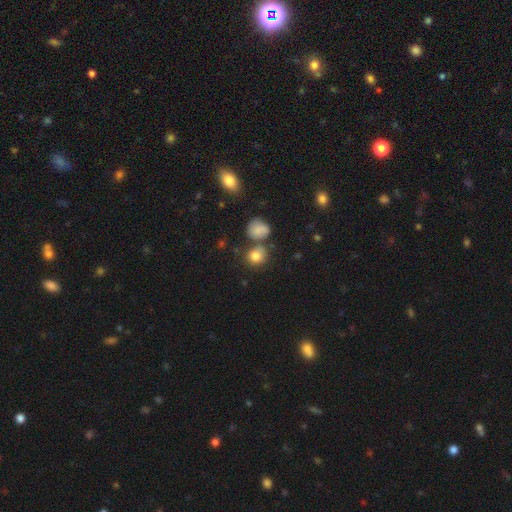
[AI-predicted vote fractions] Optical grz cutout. It shows a smooth galaxy with no disk features (82%) that is round (79%). Merging: none (63%).